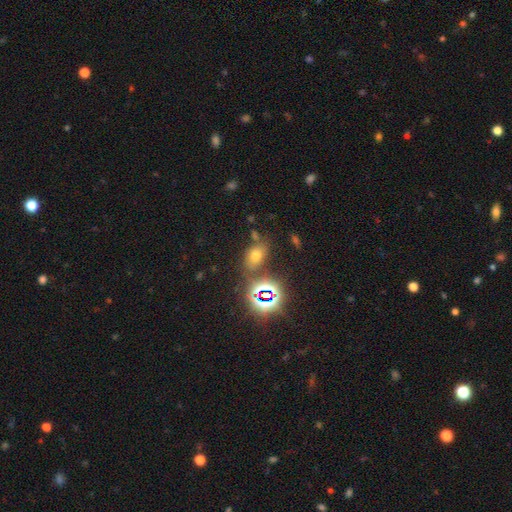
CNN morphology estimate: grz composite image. It shows a smooth galaxy with no disk features (58%) that is in between round and cigar-shaped (78%). Merging: none (70%).